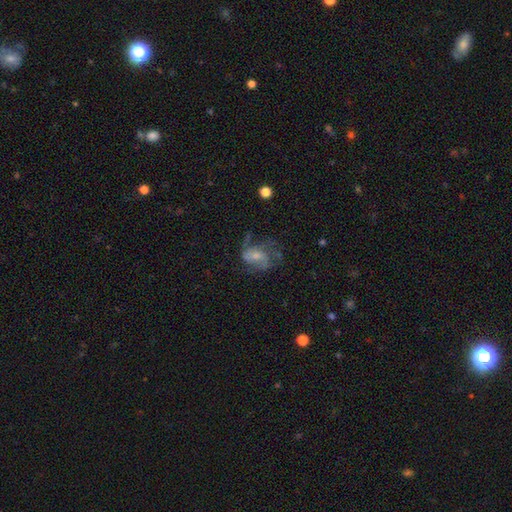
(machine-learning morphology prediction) Q: Smooth or featured?
A: featured or disk (68%); runner-up: smooth (23%)
Q: Edge-on disk?
A: no (97%); runner-up: yes (3%)
Q: Bar?
A: no (61%); runner-up: weak (32%)
Q: Spiral arms?
A: yes (81%); runner-up: no (19%)
Q: Spiral winding?
A: medium (46%); runner-up: loose (33%)
Q: Spiral arm count?
A: 2 (29%); runner-up: can't tell (27%)
Q: Bulge size?
A: small (48%); runner-up: moderate (37%)
Q: Merging?
A: none (42%); runner-up: major disturbance (34%)